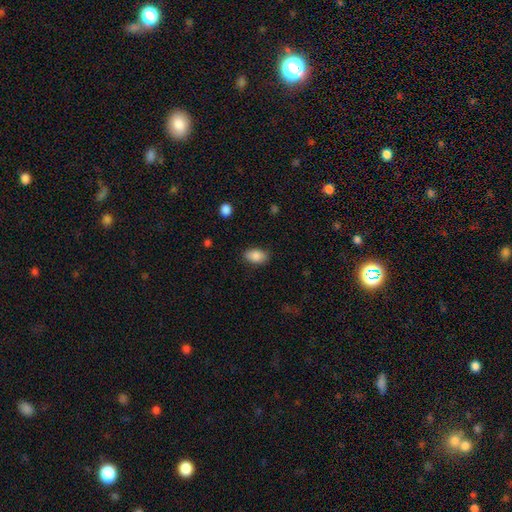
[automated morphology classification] Smooth or featured? Predicted: smooth (p=0.87). How rounded? Predicted: in between (p=0.90). Merging? Predicted: none (p=0.85).